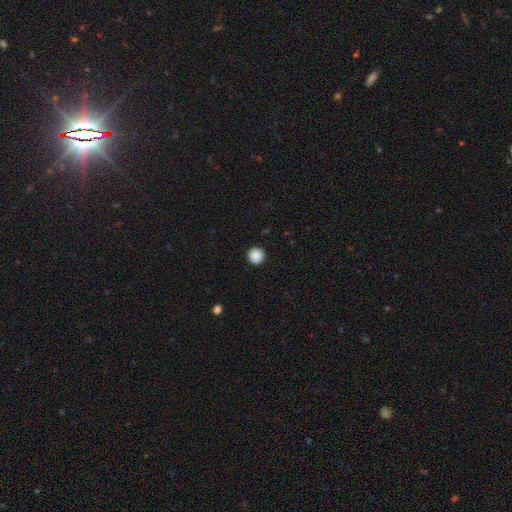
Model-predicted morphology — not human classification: Smooth or featured?
  - smooth: 88% *
  - star or artifact: 9%
  - featured or disk: 3%
How rounded?
  - round: 96% *
  - in between: 3%
  - cigar-shaped: 1%
Merging?
  - none: 92% *
  - minor disturbance: 5%
  - major disturbance: 2%
  - merger: 1%